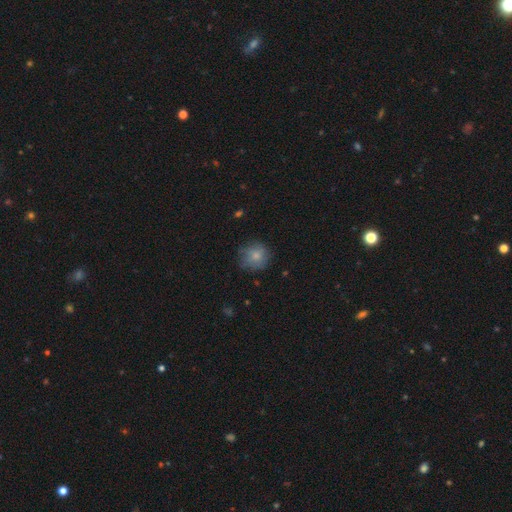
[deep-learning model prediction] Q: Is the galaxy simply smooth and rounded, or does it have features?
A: smooth — 78%.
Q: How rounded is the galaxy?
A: round — 89%.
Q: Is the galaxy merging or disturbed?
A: none — 75%.